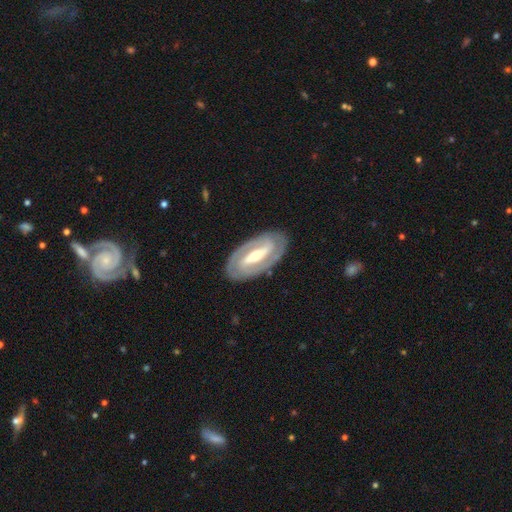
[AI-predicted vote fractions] Smooth or featured? Predicted: featured or disk (p=0.86). Edge-on disk? Predicted: no (p=0.94). Bar? Predicted: strong (p=0.65). Spiral arms? Predicted: yes (p=0.88). Spiral winding? Predicted: tight (p=0.59). Spiral arm count? Predicted: 2 (p=0.88). Bulge size? Predicted: moderate (p=0.61). Merging? Predicted: none (p=0.87).